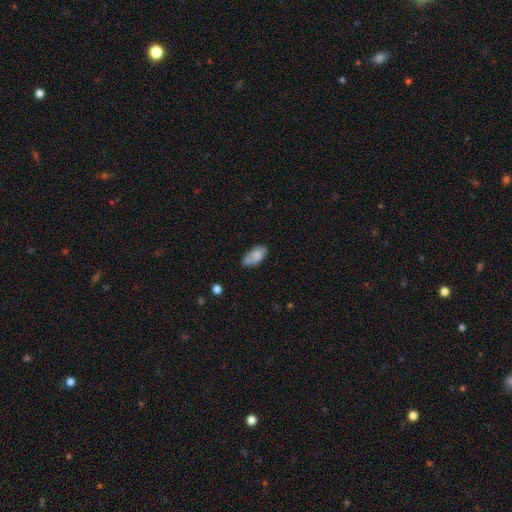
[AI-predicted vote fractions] Smooth or featured? Predicted: smooth (p=0.81). How rounded? Predicted: in between (p=0.93). Merging? Predicted: none (p=0.64).